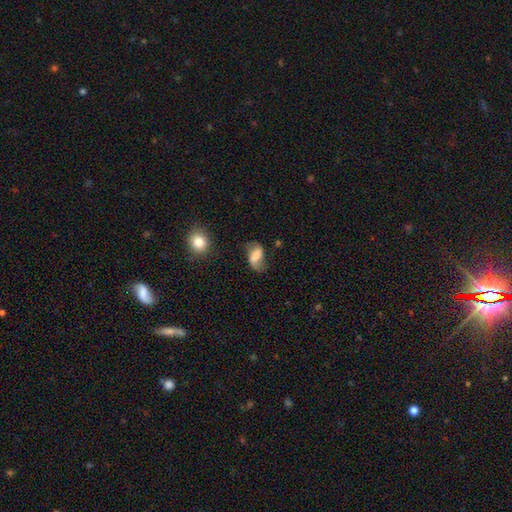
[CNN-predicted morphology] smooth_or_featured: smooth (p=0.55) [alt: featured or disk p=0.36]
how_rounded: in between (p=0.85) [alt: round p=0.12]
merging: none (p=0.52) [alt: minor disturbance p=0.28]